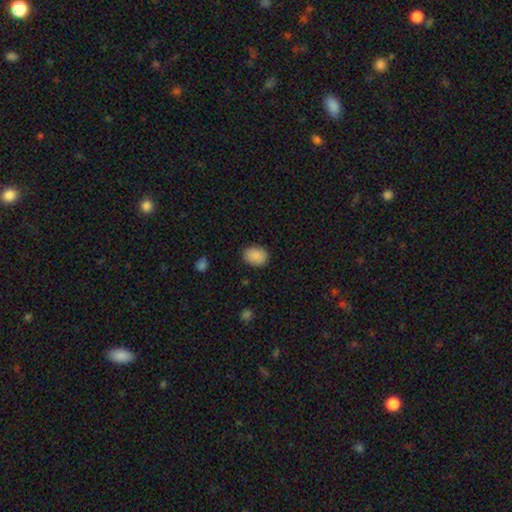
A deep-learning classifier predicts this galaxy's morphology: smooth 88%, star or artifact 8%, featured or disk 3%. Down the decision tree: how rounded — in between (65%); merging — none (82%).